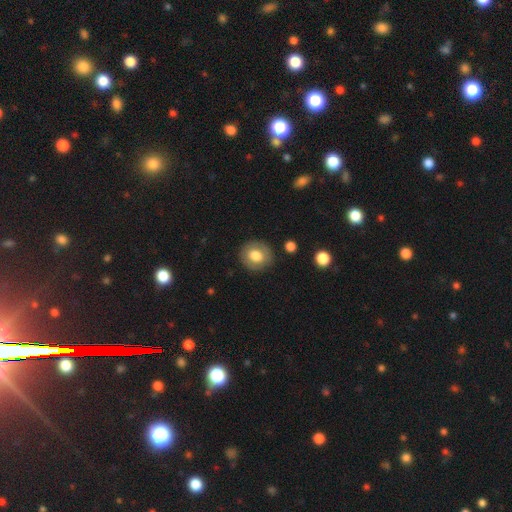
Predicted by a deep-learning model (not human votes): A smooth galaxy with no disk features (70%) that is round (76%). Merging: none (86%).